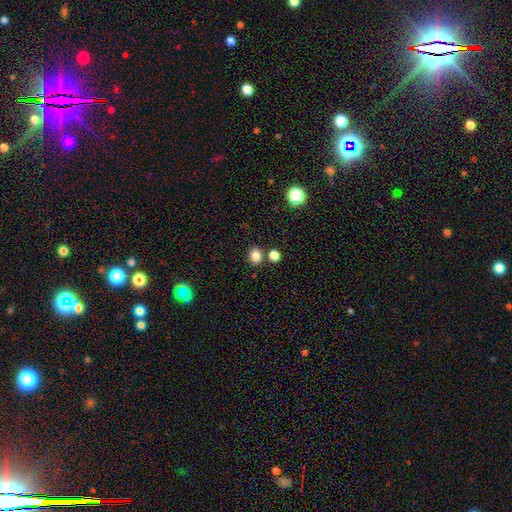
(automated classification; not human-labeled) Smooth or featured? smooth (82%)
How rounded? round (60%)
Merging? none (77%)